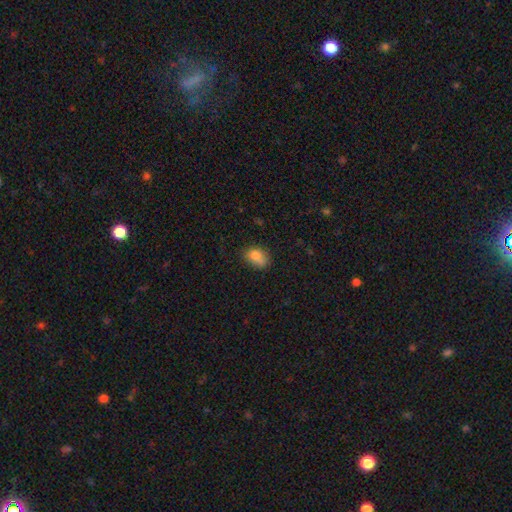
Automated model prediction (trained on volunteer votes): A smooth galaxy with no disk features (81%) that is in between round and cigar-shaped (74%). Merging: none (63%).